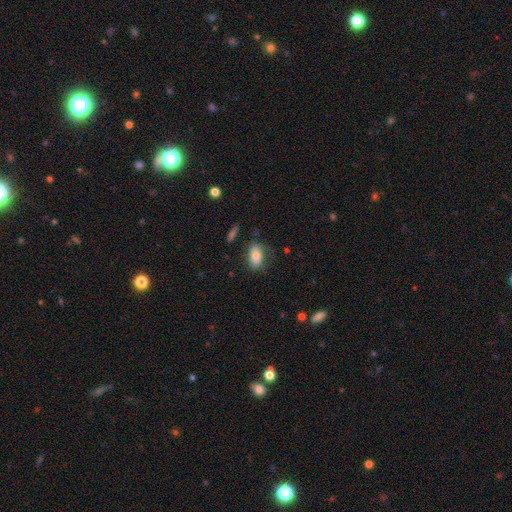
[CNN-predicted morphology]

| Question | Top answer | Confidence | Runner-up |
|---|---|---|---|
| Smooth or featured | smooth | 72% | featured or disk (20%) |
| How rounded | in between | 88% | round (8%) |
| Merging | none | 59% | minor disturbance (25%) |